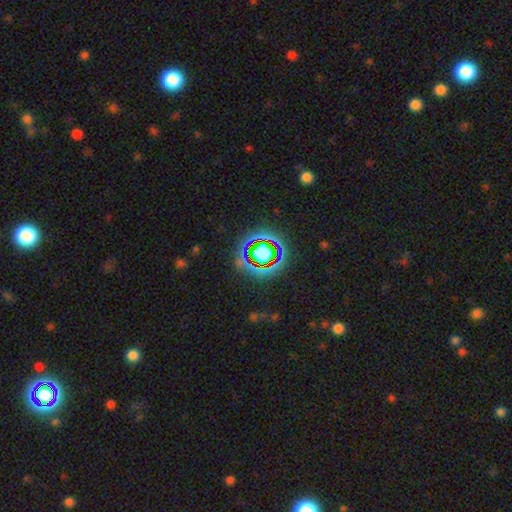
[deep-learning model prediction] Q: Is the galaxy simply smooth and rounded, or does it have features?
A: star or artifact — 69%.